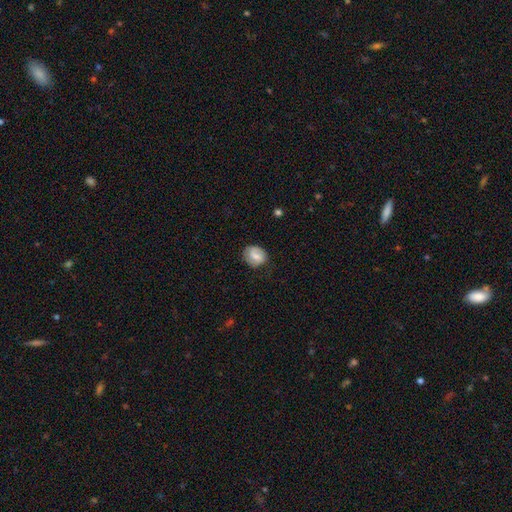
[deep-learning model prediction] Morphology: type=smooth (58%); roundness=round (62%); merging=none (70%).